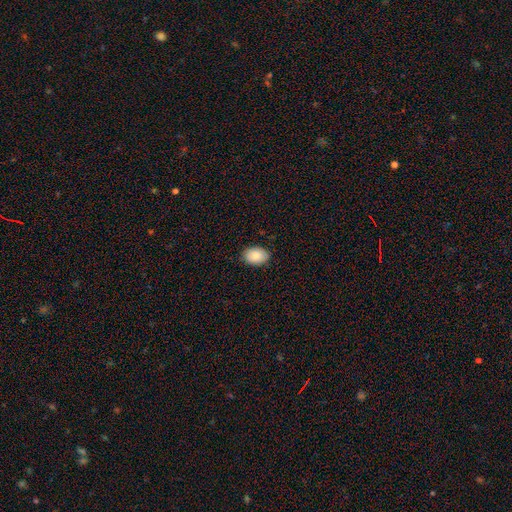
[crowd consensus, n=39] smooth-or-featured: smooth: 82% | star or artifact: 10% | featured or disk: 8%
  how-rounded: in between: 88% | round: 12% | cigar-shaped: 0%
  merging: none: 97% | minor disturbance: 3% | major disturbance: 0% | merger: 0%